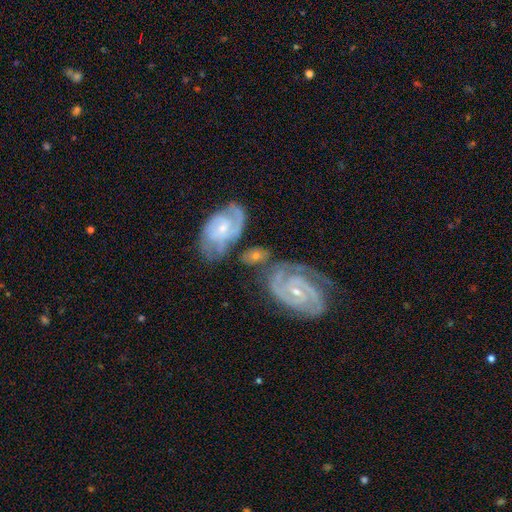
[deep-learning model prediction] Q: Smooth or featured?
A: featured or disk (61%); runner-up: smooth (32%)
Q: Edge-on disk?
A: no (95%); runner-up: yes (5%)
Q: Bar?
A: no (46%); runner-up: weak (42%)
Q: Spiral arms?
A: yes (90%); runner-up: no (10%)
Q: Spiral winding?
A: tight (50%); runner-up: medium (40%)
Q: Spiral arm count?
A: 2 (49%); runner-up: can't tell (20%)
Q: Bulge size?
A: small (62%); runner-up: moderate (31%)
Q: Merging?
A: none (42%); runner-up: merger (27%)